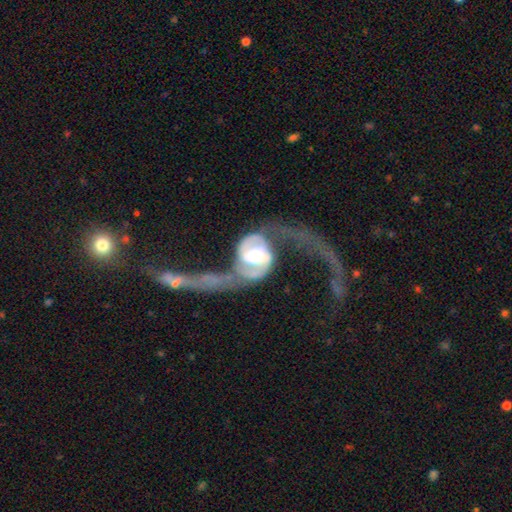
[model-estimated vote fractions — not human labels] Morphology: type=featured or disk (85%); edge-on=no (96%); bar=weak (37%); spiral arms=yes (88%); winding=loose (57%); arm count=2 (87%); bulge=moderate (56%); merging=major disturbance (47%).